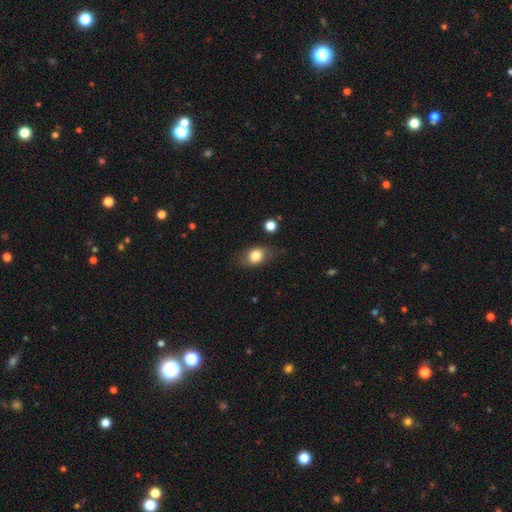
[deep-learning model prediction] The model was most divided on "how rounded": in between: 68%, round: 30%, cigar-shaped: 2%. More confident: smooth or featured — smooth (79%); merging — none (75%).